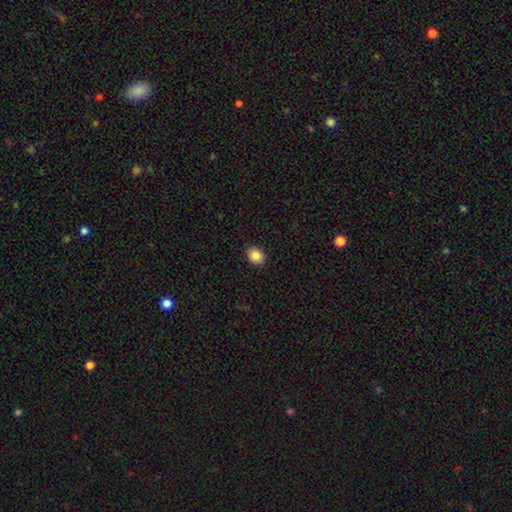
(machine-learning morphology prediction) Smooth or featured: smooth — 86% (star or artifact — 9%)
How rounded: in between — 51% (round — 48%)
Merging: none — 90% (minor disturbance — 7%)